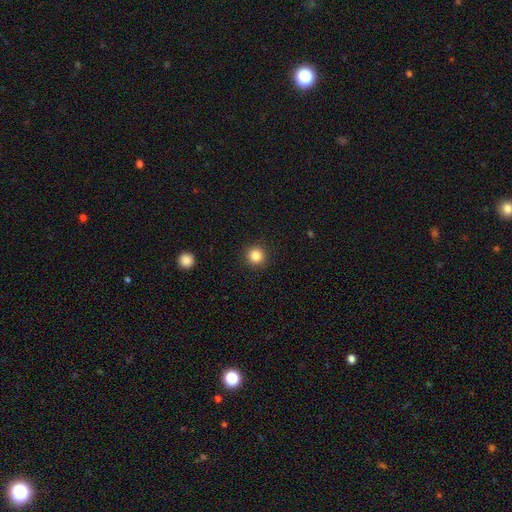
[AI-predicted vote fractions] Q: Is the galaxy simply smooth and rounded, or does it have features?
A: smooth — 85%.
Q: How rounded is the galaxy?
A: round — 95%.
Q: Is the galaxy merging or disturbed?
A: none — 92%.